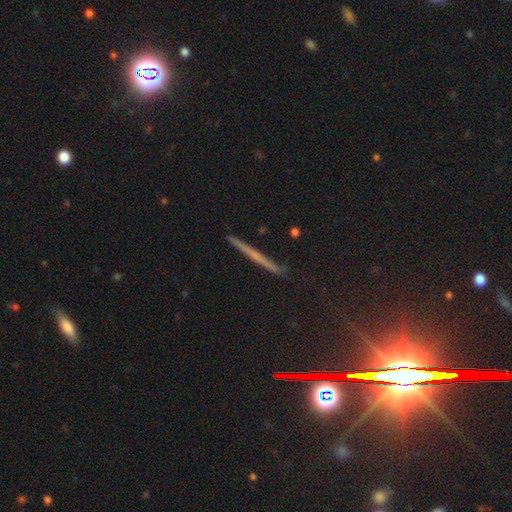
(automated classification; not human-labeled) smooth_or_featured: featured or disk (p=0.51) [alt: smooth p=0.34]
disk_edge_on: yes (p=0.97) [alt: no p=0.03]
merging: none (p=0.90) [alt: minor disturbance p=0.07]